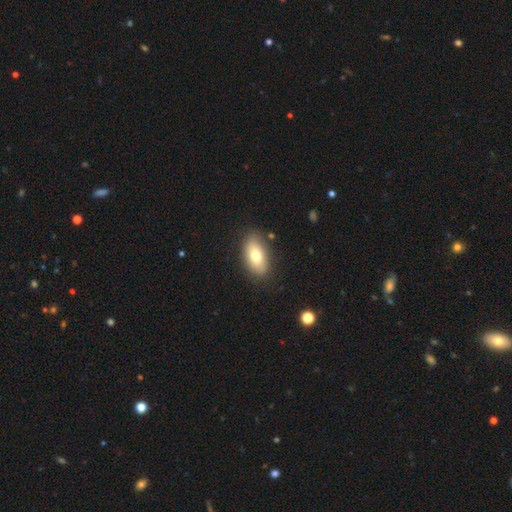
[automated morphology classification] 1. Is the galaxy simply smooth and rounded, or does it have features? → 75% smooth, 18% featured or disk, 7% star or artifact.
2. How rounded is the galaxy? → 91% in between, 5% cigar-shaped, 4% round.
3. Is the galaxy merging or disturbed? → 82% none, 12% minor disturbance, 3% major disturbance, 2% merger.